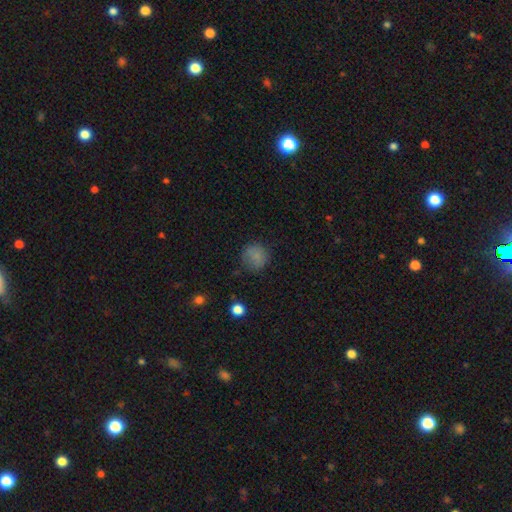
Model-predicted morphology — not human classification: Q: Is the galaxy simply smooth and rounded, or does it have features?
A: smooth — 80%.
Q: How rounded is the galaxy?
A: round — 88%.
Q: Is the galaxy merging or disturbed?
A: none — 75%.